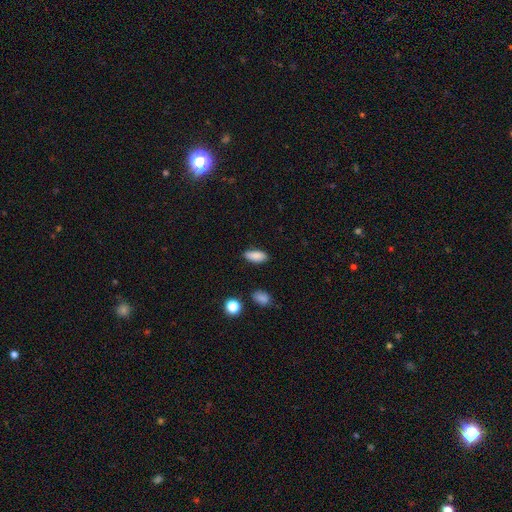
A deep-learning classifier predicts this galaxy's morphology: type=smooth (87%); roundness=in between (86%); merging=none (85%).